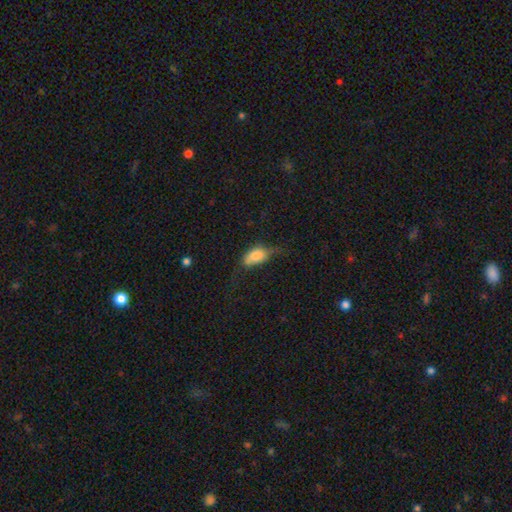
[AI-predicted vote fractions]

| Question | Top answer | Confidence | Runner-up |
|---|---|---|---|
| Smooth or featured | smooth | 73% | featured or disk (19%) |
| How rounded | in between | 87% | cigar-shaped (7%) |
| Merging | minor disturbance | 36% | none (33%) |